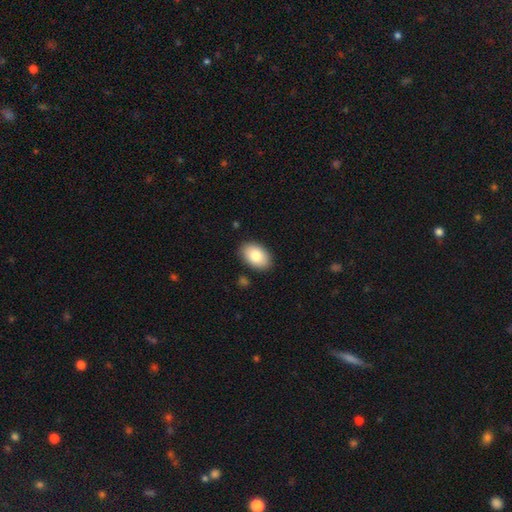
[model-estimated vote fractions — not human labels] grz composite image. It shows a smooth galaxy with no disk features (82%) that is in between round and cigar-shaped (91%). Merging: none (88%).